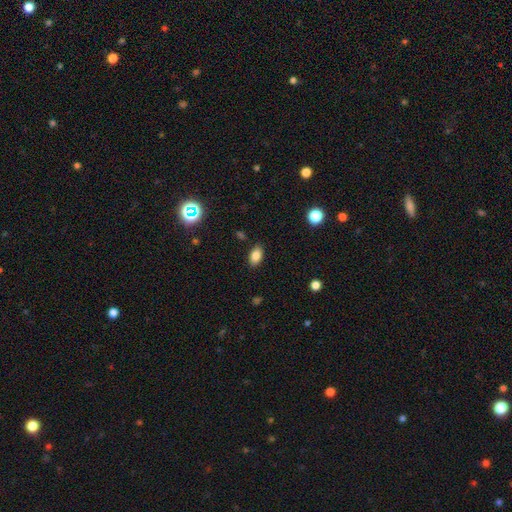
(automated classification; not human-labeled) The model was most divided on "smooth or featured": smooth: 82%, star or artifact: 10%, featured or disk: 7%. More confident: how rounded — in between (89%); merging — none (87%).